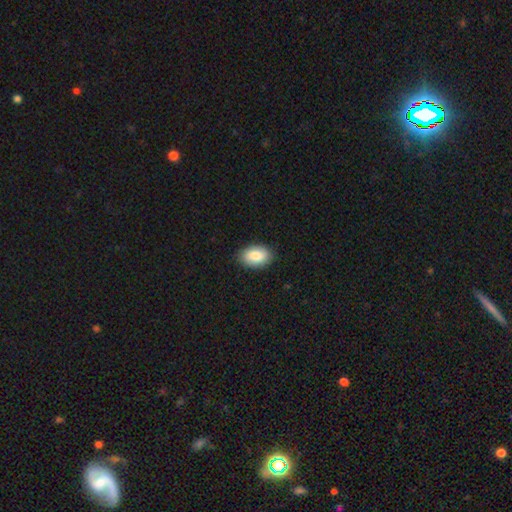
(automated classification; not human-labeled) Smooth or featured? smooth (86%)
How rounded? in between (91%)
Merging? none (88%)